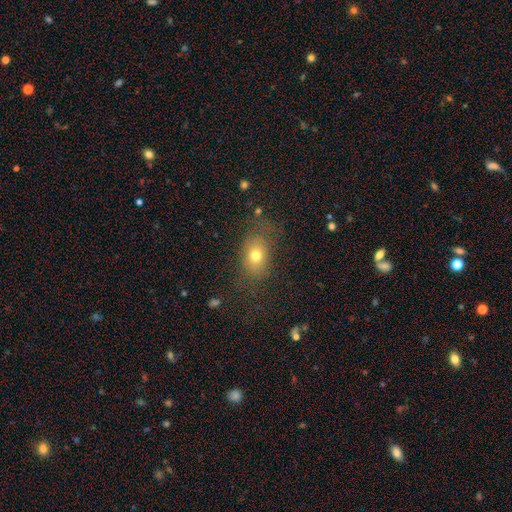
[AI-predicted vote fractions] Overall: smooth (73%). How rounded: in between (70%). Merging: none (69%).